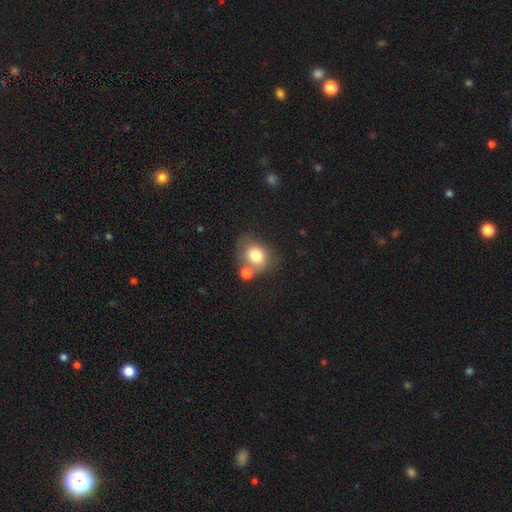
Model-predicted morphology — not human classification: smooth-or-featured: smooth: 77% | featured or disk: 13% | star or artifact: 10%
  how-rounded: round: 61% | in between: 38% | cigar-shaped: 1%
  merging: none: 49% | merger: 28% | minor disturbance: 16% | major disturbance: 7%